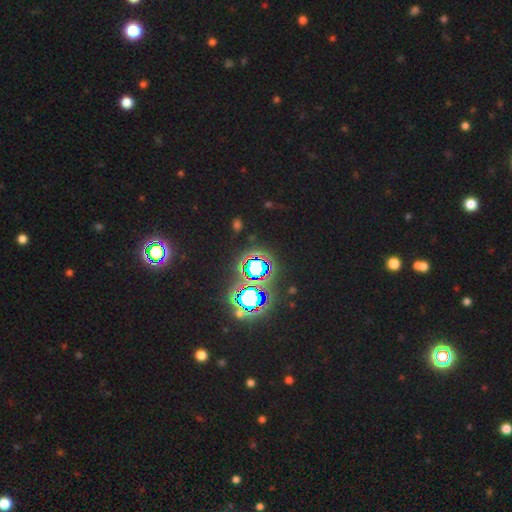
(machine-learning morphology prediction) This is likely a star or artifact rather than a galaxy (79%).